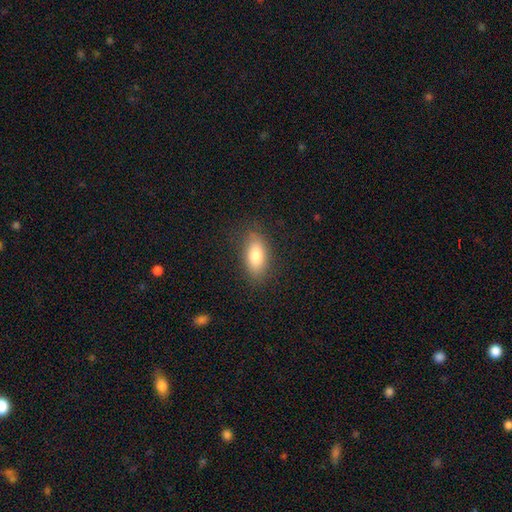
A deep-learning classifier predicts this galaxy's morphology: smooth_or_featured: smooth (p=0.80) [alt: featured or disk p=0.13]
how_rounded: in between (p=0.85) [alt: cigar-shaped p=0.10]
merging: none (p=0.84) [alt: minor disturbance p=0.12]